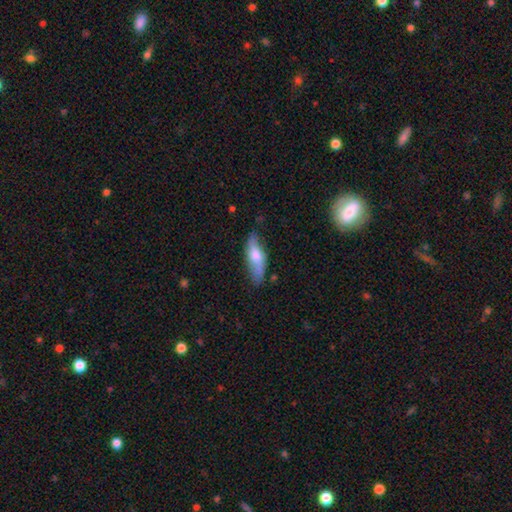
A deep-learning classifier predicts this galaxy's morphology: smooth 55%, featured or disk 39%, star or artifact 6%. Down the decision tree: how rounded — in between (55%); merging — none (69%).